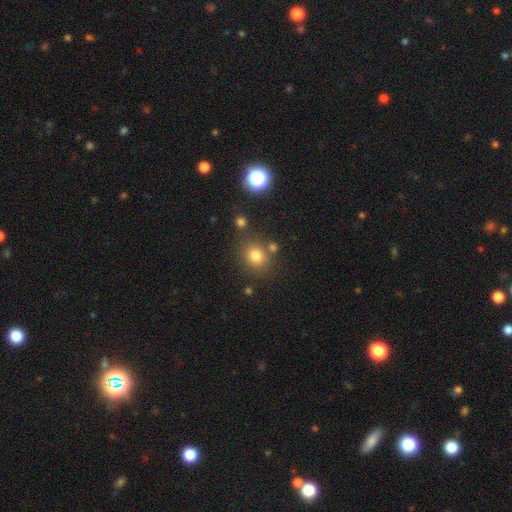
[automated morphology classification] smooth_or_featured: smooth (p=0.78) [alt: star or artifact p=0.15]
how_rounded: round (p=0.79) [alt: in between p=0.20]
merging: none (p=0.75) [alt: minor disturbance p=0.11]